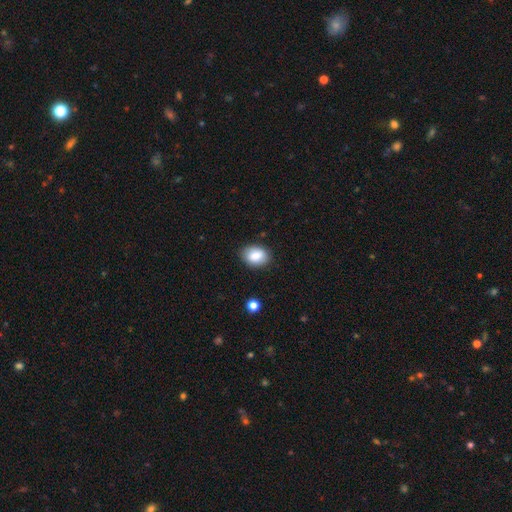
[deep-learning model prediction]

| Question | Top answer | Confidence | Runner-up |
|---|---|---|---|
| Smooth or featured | smooth | 84% | featured or disk (8%) |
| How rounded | in between | 72% | round (27%) |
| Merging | none | 86% | minor disturbance (11%) |